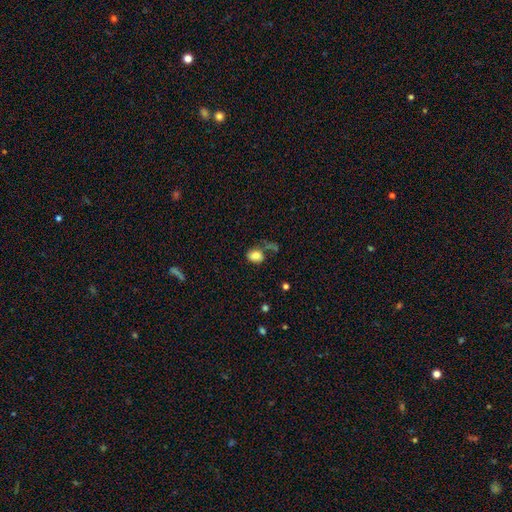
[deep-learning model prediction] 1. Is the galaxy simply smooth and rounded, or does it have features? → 82% smooth, 10% star or artifact, 9% featured or disk.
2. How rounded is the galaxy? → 67% in between, 32% round, 1% cigar-shaped.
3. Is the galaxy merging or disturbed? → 55% none, 19% minor disturbance, 14% merger, 11% major disturbance.